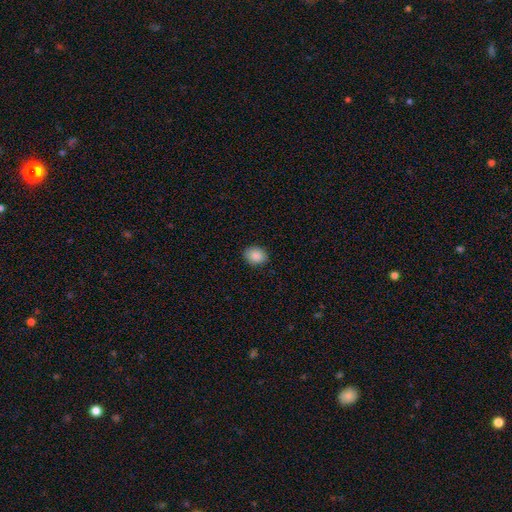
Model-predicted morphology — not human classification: smooth-or-featured: smooth: 89% | star or artifact: 8% | featured or disk: 4%
  how-rounded: in between: 60% | round: 39% | cigar-shaped: 1%
  merging: none: 89% | minor disturbance: 8% | major disturbance: 2% | merger: 1%